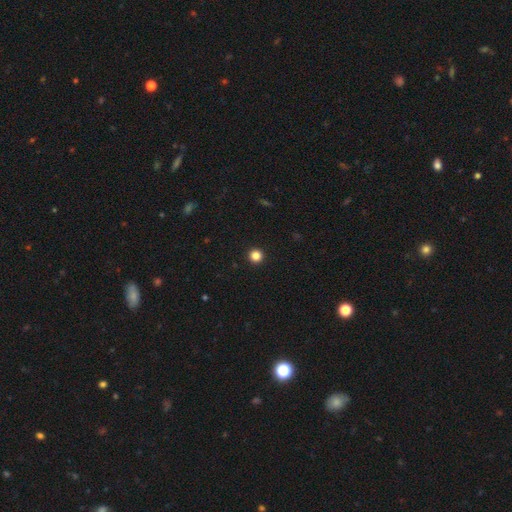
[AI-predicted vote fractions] smooth 85%, star or artifact 12%, featured or disk 3%. Down the decision tree: how rounded — round (96%); merging — none (94%).